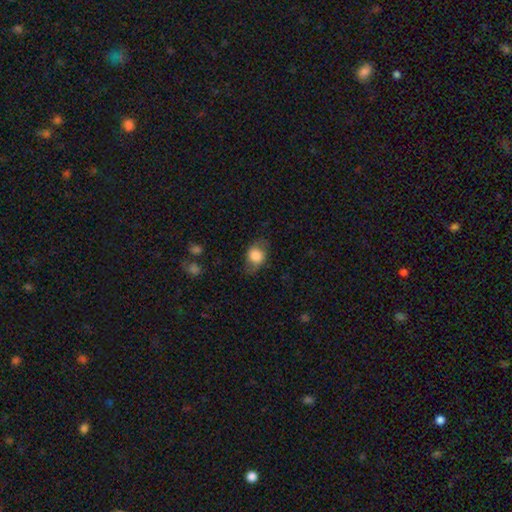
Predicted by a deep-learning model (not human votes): Smooth or featured? smooth (74%)
How rounded? in between (65%)
Merging? none (66%)